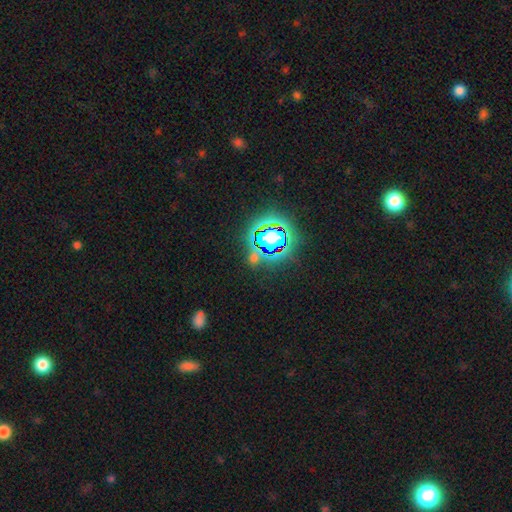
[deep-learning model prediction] The model was most divided on "smooth or featured": star or artifact: 72%, smooth: 18%, featured or disk: 10%.